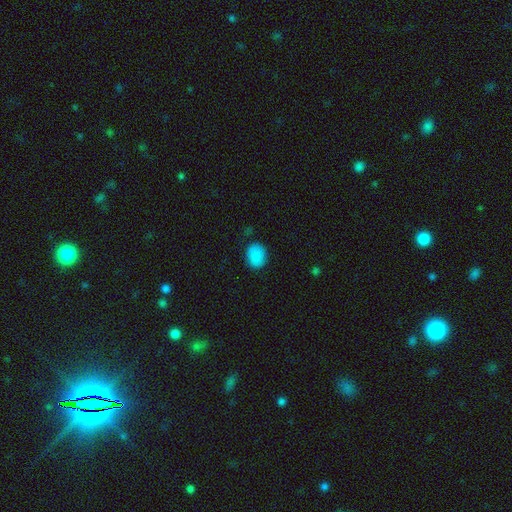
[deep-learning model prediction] A smooth galaxy with no disk features (88%) that is in between round and cigar-shaped (52%). Merging: none (82%).